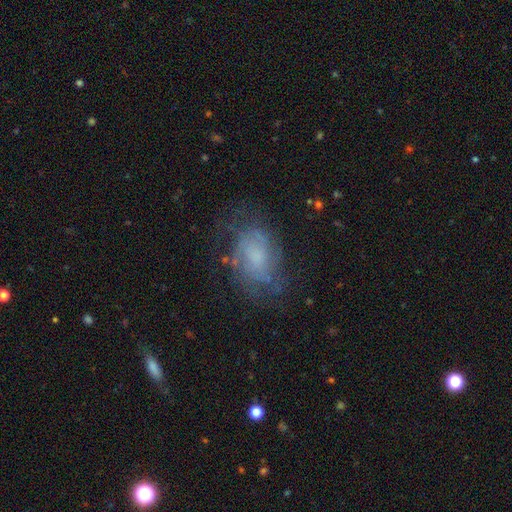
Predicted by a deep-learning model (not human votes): Morphology: type=featured or disk (48%); merging=none (58%).